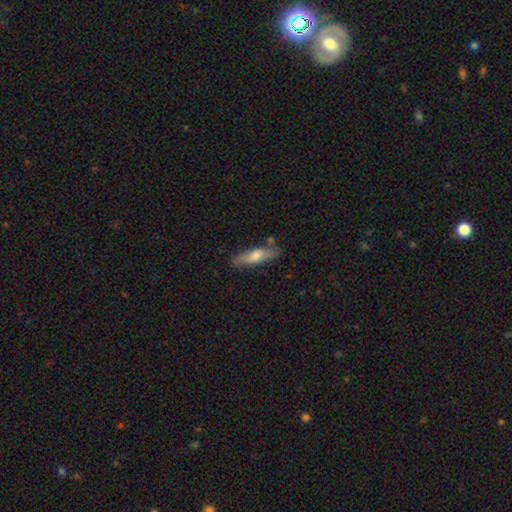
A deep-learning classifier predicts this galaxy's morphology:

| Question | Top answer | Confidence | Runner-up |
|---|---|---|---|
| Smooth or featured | smooth | 56% | featured or disk (38%) |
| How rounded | cigar-shaped | 66% | in between (31%) |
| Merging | none | 77% | minor disturbance (16%) |